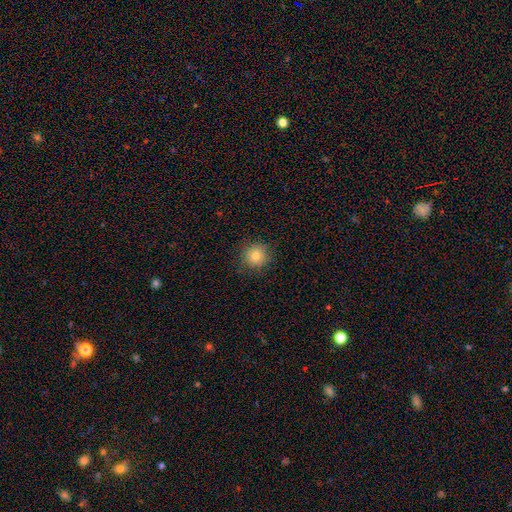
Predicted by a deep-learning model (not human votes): A smooth galaxy with no disk features (79%) that is round (93%). Merging: none (88%).